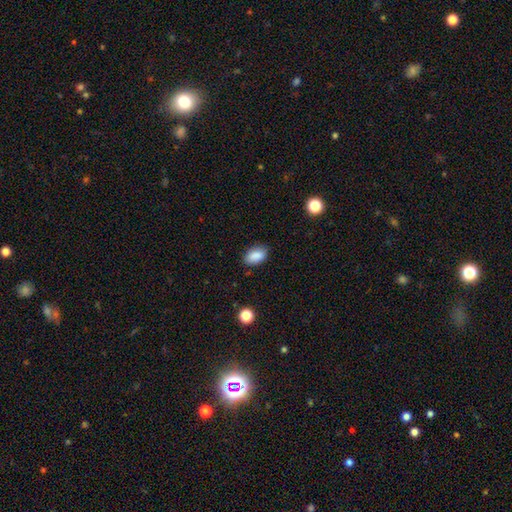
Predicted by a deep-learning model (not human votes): smooth 88%, star or artifact 8%, featured or disk 4%. Down the decision tree: how rounded — in between (91%); merging — none (82%).